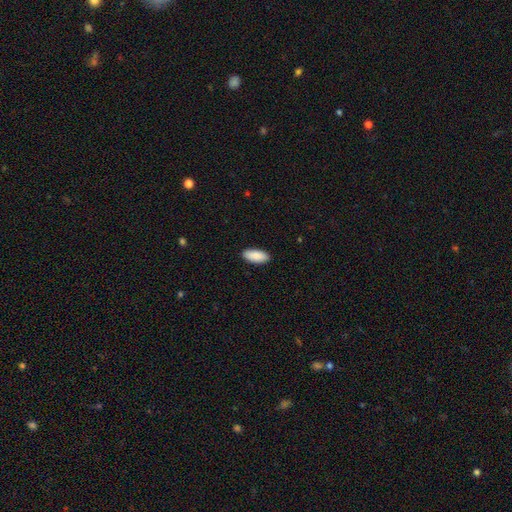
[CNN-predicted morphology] Q: Smooth or featured?
A: smooth (90%); runner-up: star or artifact (6%)
Q: How rounded?
A: in between (85%); runner-up: cigar-shaped (13%)
Q: Merging?
A: none (90%); runner-up: minor disturbance (7%)